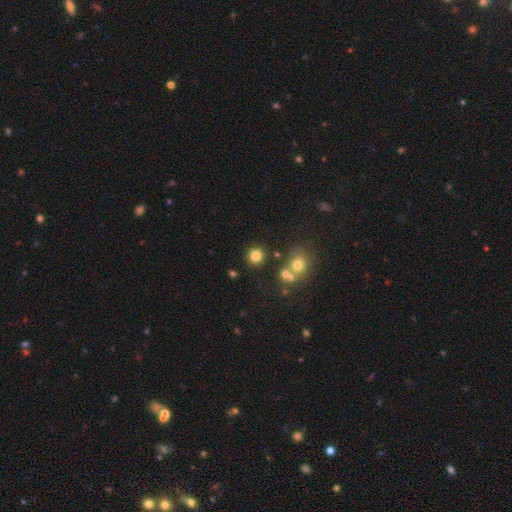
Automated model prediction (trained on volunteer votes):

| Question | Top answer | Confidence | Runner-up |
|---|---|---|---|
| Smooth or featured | smooth | 80% | star or artifact (14%) |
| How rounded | round | 92% | in between (7%) |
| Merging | none | 84% | minor disturbance (7%) |